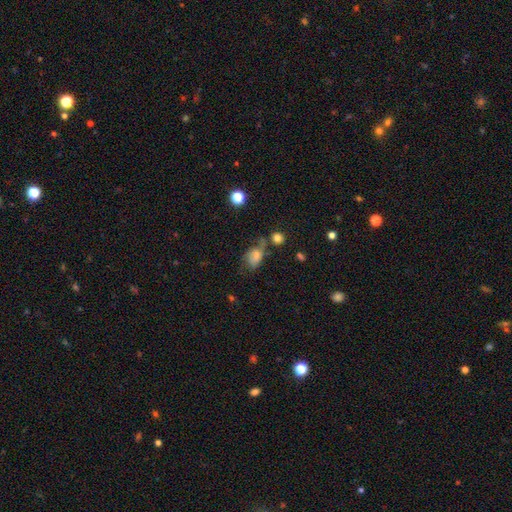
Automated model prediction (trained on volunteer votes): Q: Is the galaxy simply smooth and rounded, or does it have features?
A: smooth — 61%.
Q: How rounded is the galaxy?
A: in between — 80%.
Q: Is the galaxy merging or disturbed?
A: none — 32%.